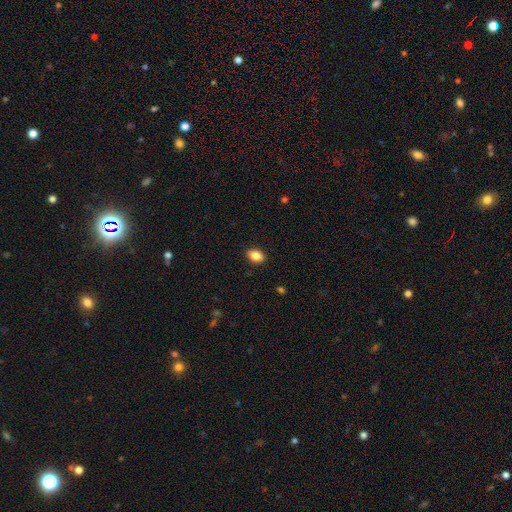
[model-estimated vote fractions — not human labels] A smooth galaxy with no disk features (87%) that is in between round and cigar-shaped (82%).

Vote fractions:
- Smooth or featured? smooth: 87% / star or artifact: 8% / featured or disk: 5%
- How rounded? in between: 82% / round: 16% / cigar-shaped: 1%
- Merging? none: 89% / minor disturbance: 9% / major disturbance: 2% / merger: 1%